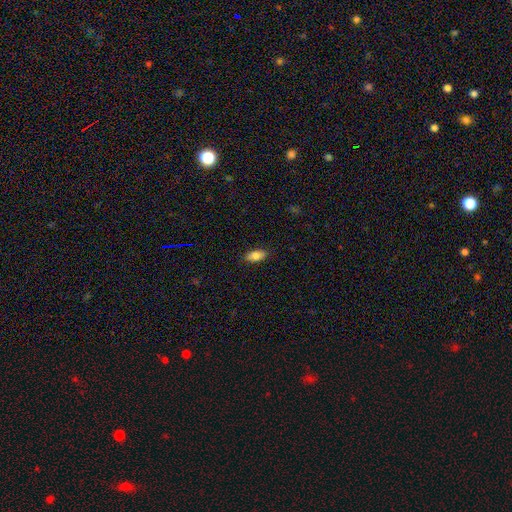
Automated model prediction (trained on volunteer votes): Overall: smooth (82%). How rounded: in between (89%). Merging: none (87%).